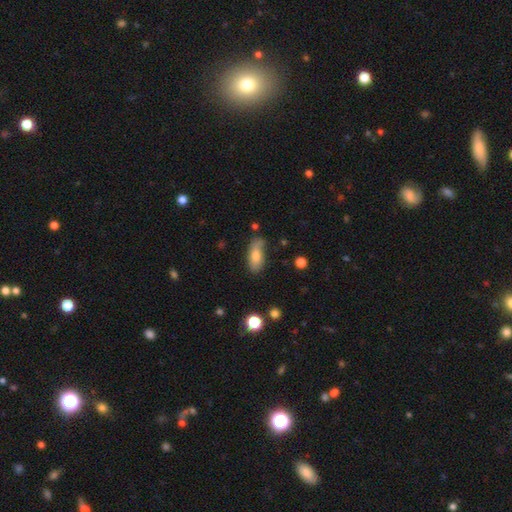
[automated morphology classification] smooth-or-featured: smooth: 74% | featured or disk: 18% | star or artifact: 7%
  how-rounded: in between: 81% | cigar-shaped: 16% | round: 3%
  merging: none: 64% | minor disturbance: 26% | major disturbance: 6% | merger: 4%